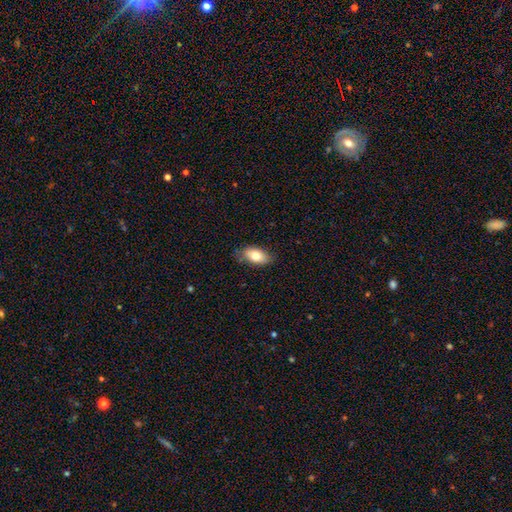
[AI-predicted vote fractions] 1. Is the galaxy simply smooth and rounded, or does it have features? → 79% smooth, 14% featured or disk, 7% star or artifact.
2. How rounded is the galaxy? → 91% in between, 7% round, 3% cigar-shaped.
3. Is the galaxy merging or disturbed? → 74% none, 21% minor disturbance, 4% major disturbance, 1% merger.